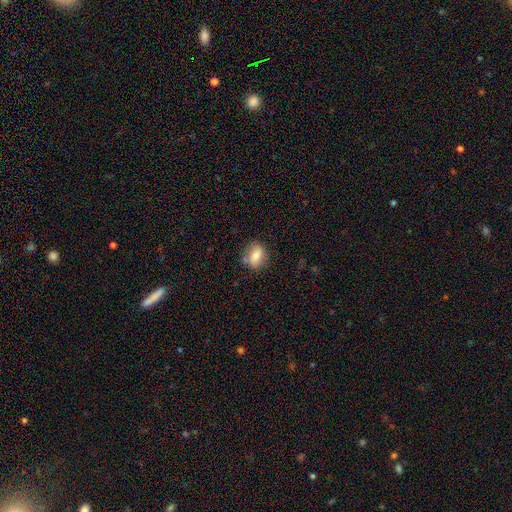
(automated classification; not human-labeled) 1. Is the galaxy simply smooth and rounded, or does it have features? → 70% smooth, 22% featured or disk, 8% star or artifact.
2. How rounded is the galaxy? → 62% in between, 35% round, 3% cigar-shaped.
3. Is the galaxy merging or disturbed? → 70% none, 19% minor disturbance, 5% merger, 5% major disturbance.